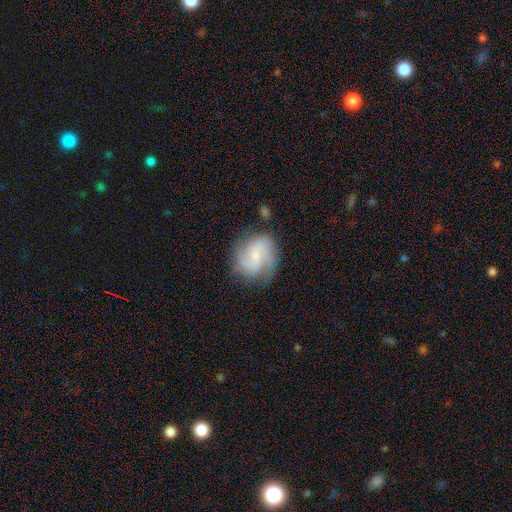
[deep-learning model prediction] Smooth or featured: featured or disk — 67% (smooth — 25%)
Edge-on disk: no — 98% (yes — 2%)
Bar: no — 48% (weak — 43%)
Spiral arms: yes — 93% (no — 7%)
Spiral winding: medium — 47% (tight — 28%)
Spiral arm count: 2 — 57% (can't tell — 16%)
Bulge size: small — 66% (moderate — 21%)
Merging: none — 72% (minor disturbance — 18%)